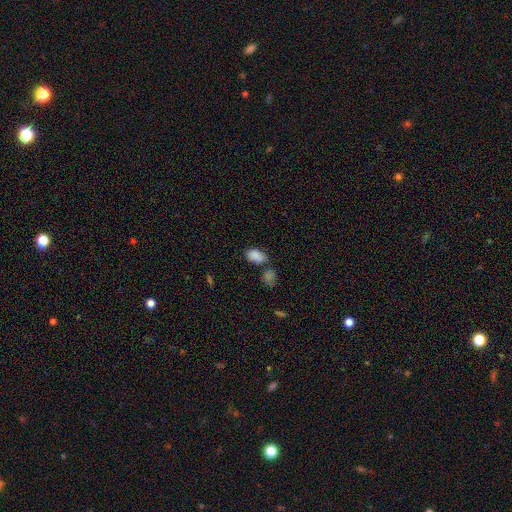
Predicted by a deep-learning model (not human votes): smooth 84%, star or artifact 10%, featured or disk 6%. Down the decision tree: how rounded — in between (91%); merging — none (53%).